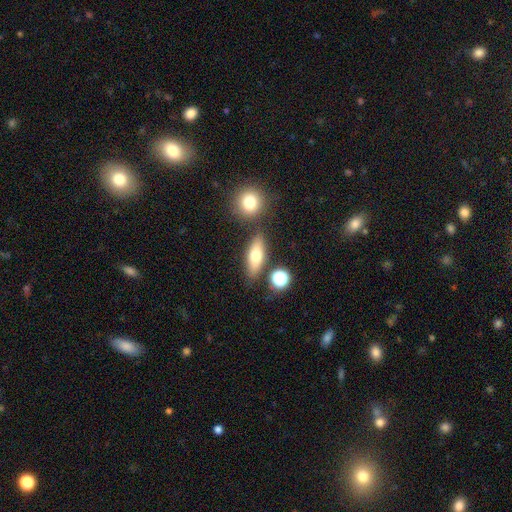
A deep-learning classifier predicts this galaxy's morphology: smooth-or-featured: smooth: 67% | featured or disk: 24% | star or artifact: 9%
  how-rounded: in between: 64% | cigar-shaped: 29% | round: 8%
  merging: none: 77% | minor disturbance: 12% | merger: 8% | major disturbance: 4%